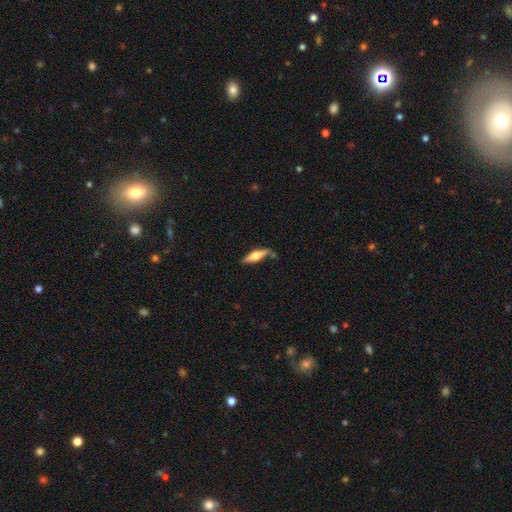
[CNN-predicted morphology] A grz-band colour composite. It shows a featured or disk galaxy (54%) viewed edge-on (93%) with a rounded central bulge (93%). Merging: none (76%).